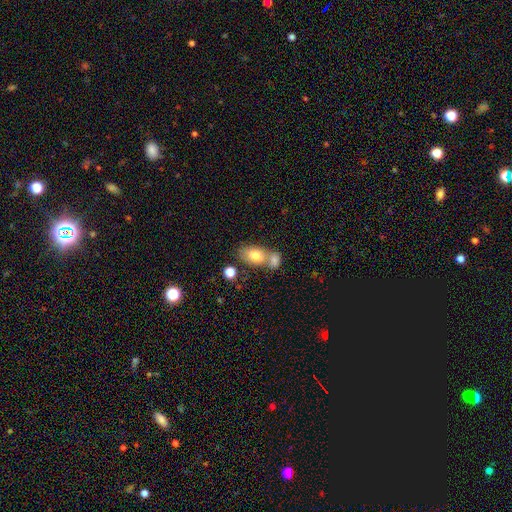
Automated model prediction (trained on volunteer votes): This is likely a smooth galaxy (78%). How rounded: clearly in between (85%). Merging: possibly merger (52%).